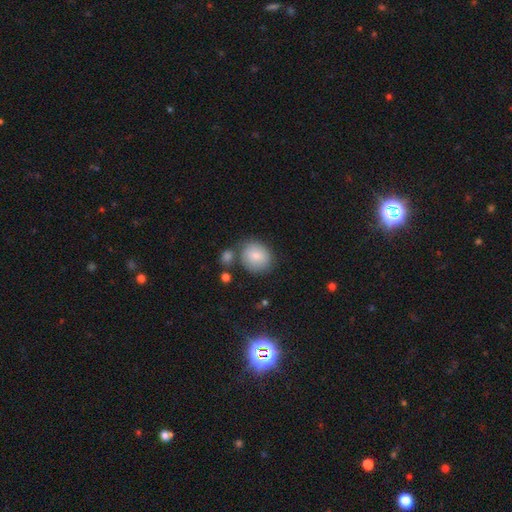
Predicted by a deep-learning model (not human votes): A smooth galaxy with no disk features (81%) that is round (76%). Merging: none (63%).